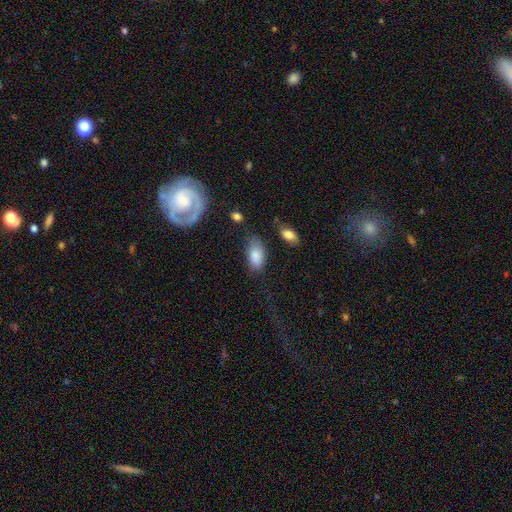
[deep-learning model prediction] Q: Smooth or featured?
A: smooth (84%); runner-up: featured or disk (9%)
Q: How rounded?
A: in between (93%); runner-up: round (3%)
Q: Merging?
A: none (65%); runner-up: minor disturbance (24%)